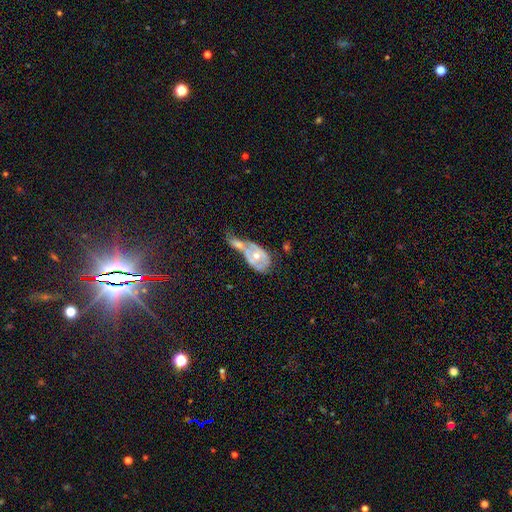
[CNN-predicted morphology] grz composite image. It shows a featured or disk galaxy (65%) with no bar (76%), spiral arms (52%) and a moderate central bulge (67%). Merging: merger (61%).